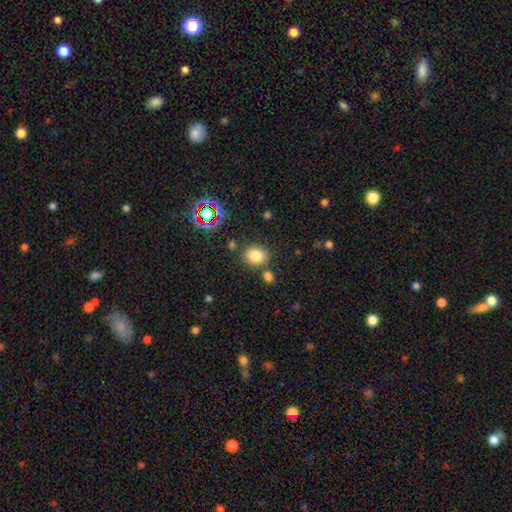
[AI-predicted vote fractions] smooth 80%, star or artifact 14%, featured or disk 6%. Down the decision tree: how rounded — round (65%); merging — none (74%).